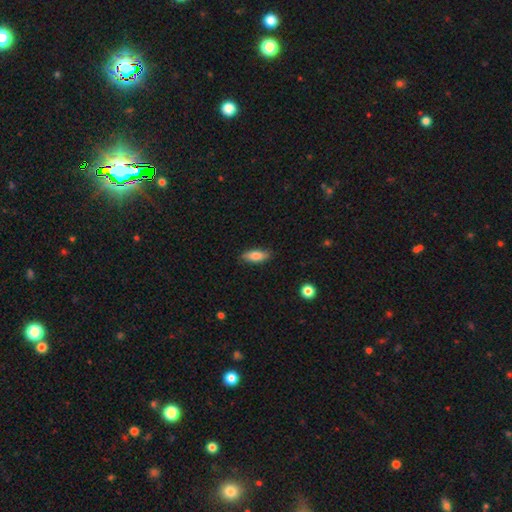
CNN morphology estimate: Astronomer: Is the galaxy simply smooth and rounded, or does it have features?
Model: smooth — 80%.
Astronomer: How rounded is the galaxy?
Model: in between — 74%.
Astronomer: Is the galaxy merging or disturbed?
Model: none — 83%.